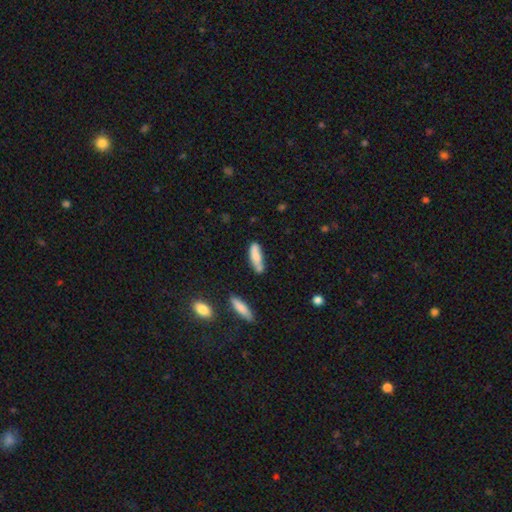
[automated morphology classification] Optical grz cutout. It shows a smooth galaxy with no disk features (76%) that is cigar-shaped (56%). Merging: none (58%).